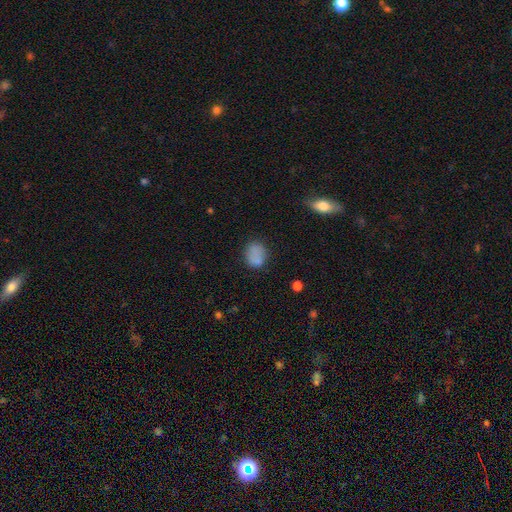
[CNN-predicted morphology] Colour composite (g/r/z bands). It shows a smooth galaxy with no disk features (80%) that is round (57%). Merging: none (68%).